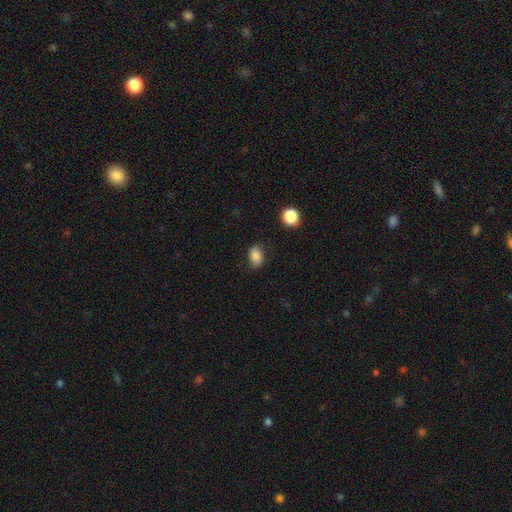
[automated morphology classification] Smooth or featured? Predicted: smooth (p=0.83). How rounded? Predicted: in between (p=0.80). Merging? Predicted: none (p=0.79).